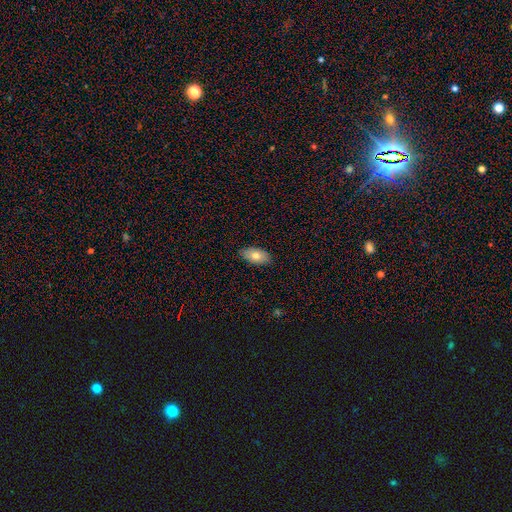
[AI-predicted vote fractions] smooth 73%, featured or disk 20%, star or artifact 7%. Down the decision tree: how rounded — in between (93%); merging — none (87%).